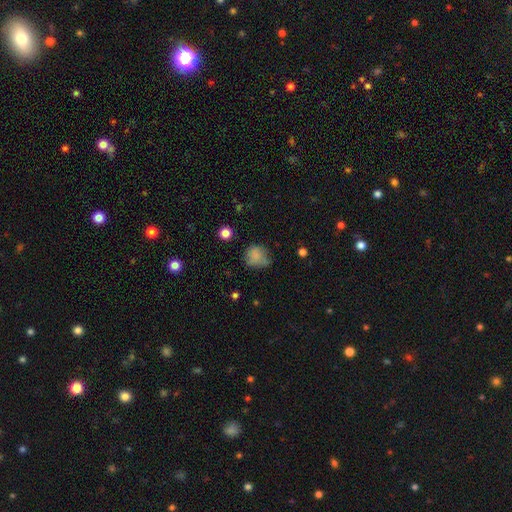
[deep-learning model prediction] Smooth or featured? Predicted: smooth (p=0.75). How rounded? Predicted: round (p=0.72). Merging? Predicted: none (p=0.53).